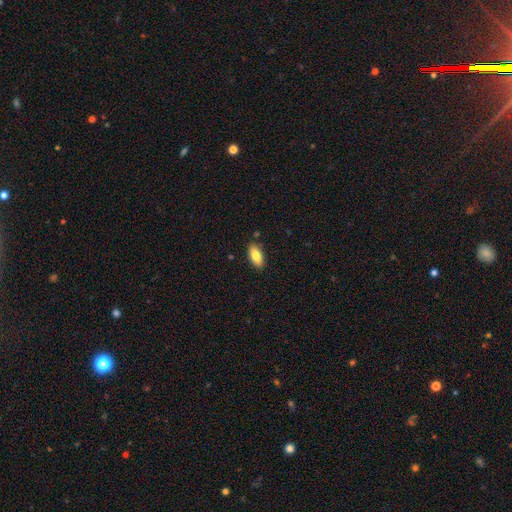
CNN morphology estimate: smooth 81%, featured or disk 12%, star or artifact 7%. Down the decision tree: how rounded — in between (88%); merging — none (86%).